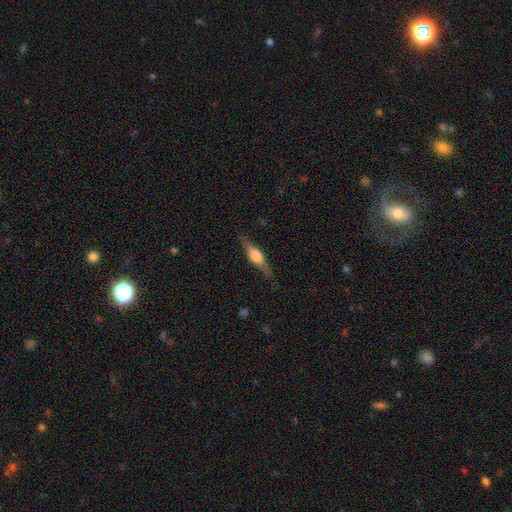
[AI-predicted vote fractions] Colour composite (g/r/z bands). It shows a featured or disk galaxy (62%) viewed edge-on (94%) with a rounded central bulge (84%). Merging: none (81%).